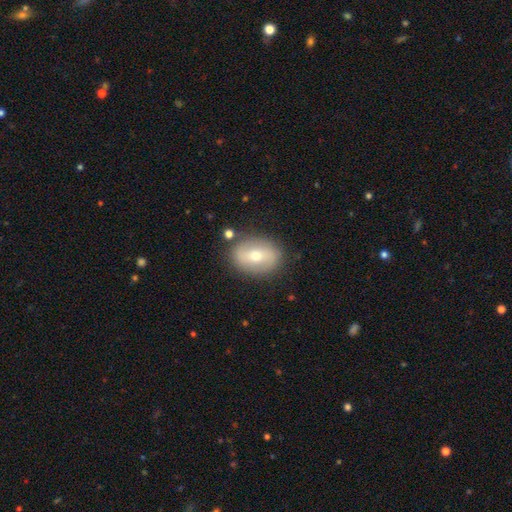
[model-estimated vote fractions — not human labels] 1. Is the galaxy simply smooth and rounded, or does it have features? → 49% featured or disk, 43% smooth, 8% star or artifact.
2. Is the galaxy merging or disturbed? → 83% none, 11% minor disturbance, 4% major disturbance, 2% merger.